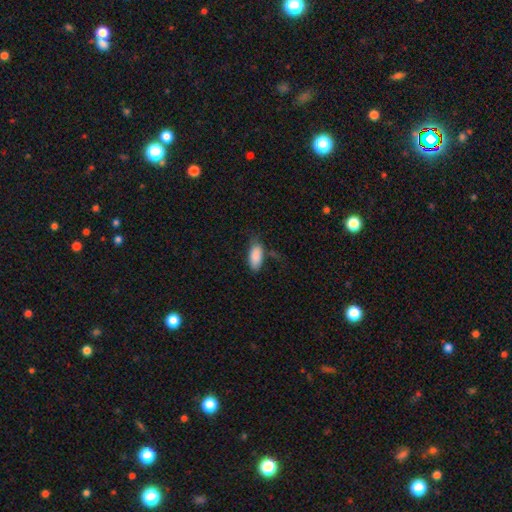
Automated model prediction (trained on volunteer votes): smooth 87%, featured or disk 7%, star or artifact 7%. Down the decision tree: how rounded — in between (89%); merging — none (56%).